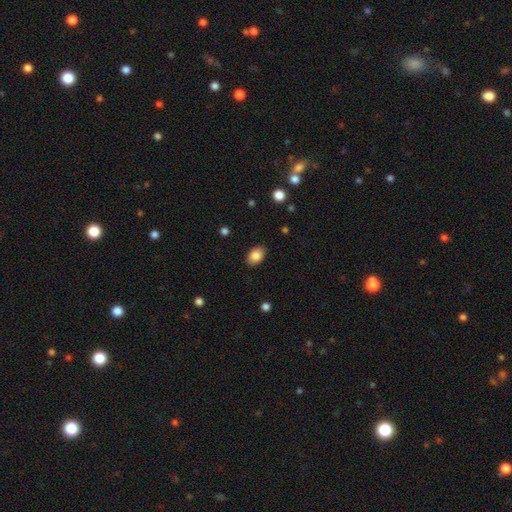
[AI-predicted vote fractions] smooth 85%, star or artifact 8%, featured or disk 8%. Down the decision tree: how rounded — in between (85%); merging — none (88%).